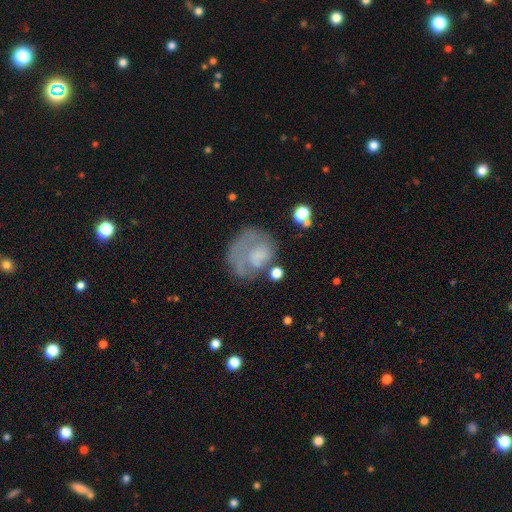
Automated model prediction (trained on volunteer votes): Smooth or featured?
  - featured or disk: 46% *
  - smooth: 43%
  - star or artifact: 11%
Merging?
  - none: 41% *
  - major disturbance: 31%
  - minor disturbance: 22%
  - merger: 5%